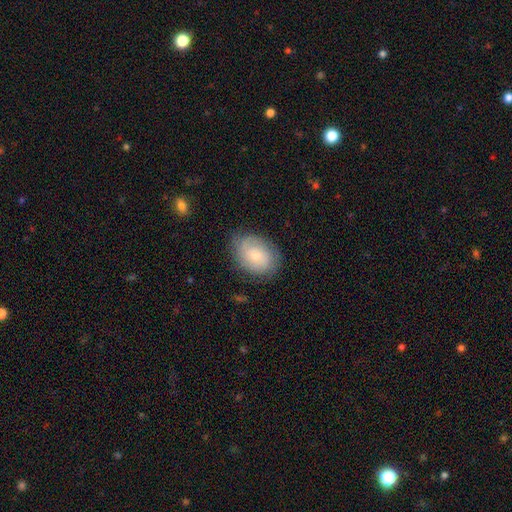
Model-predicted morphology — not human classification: smooth_or_featured: smooth (p=0.55) [alt: featured or disk p=0.38]
how_rounded: in between (p=0.70) [alt: round p=0.29]
merging: none (p=0.76) [alt: minor disturbance p=0.18]